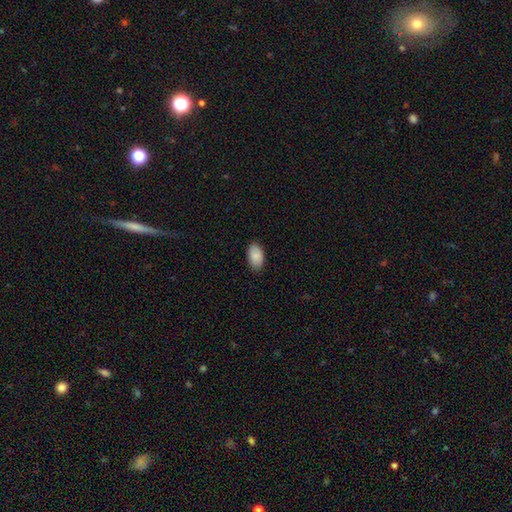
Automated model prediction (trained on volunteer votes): Smooth or featured?
  - smooth: 86% *
  - featured or disk: 7%
  - star or artifact: 7%
How rounded?
  - in between: 93% *
  - round: 6%
  - cigar-shaped: 1%
Merging?
  - none: 83% *
  - minor disturbance: 13%
  - major disturbance: 2%
  - merger: 1%